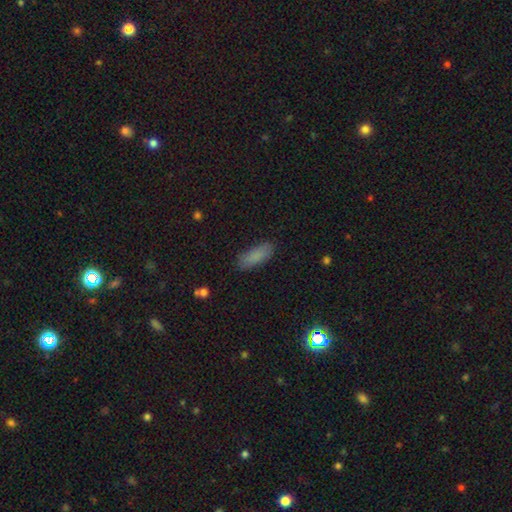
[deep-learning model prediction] Smooth or featured: smooth — 86% (star or artifact — 8%)
How rounded: in between — 70% (cigar-shaped — 28%)
Merging: none — 85% (minor disturbance — 11%)